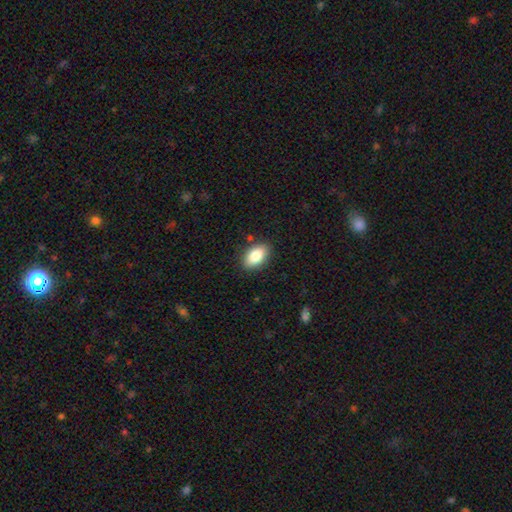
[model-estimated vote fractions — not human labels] Overall: smooth (83%). How rounded: in between (91%). Merging: none (87%).